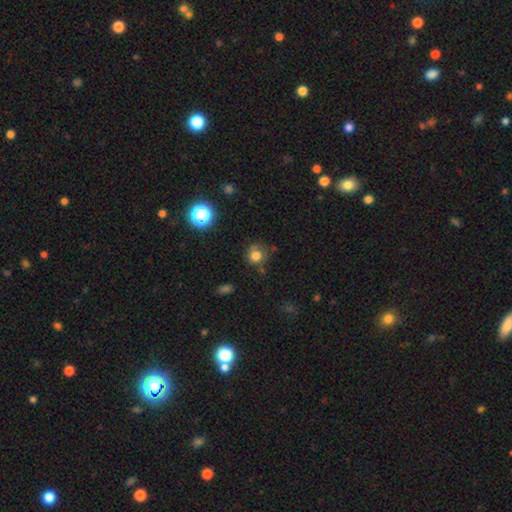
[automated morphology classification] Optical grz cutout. It shows a smooth galaxy with no disk features (77%) that is round (83%). Merging: none (65%).